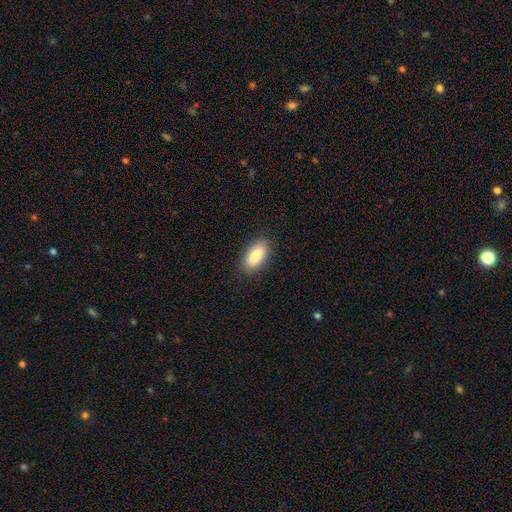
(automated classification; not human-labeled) smooth-or-featured: smooth: 87% | featured or disk: 7% | star or artifact: 6%
  how-rounded: in between: 89% | cigar-shaped: 8% | round: 2%
  merging: none: 88% | minor disturbance: 9% | major disturbance: 2% | merger: 1%